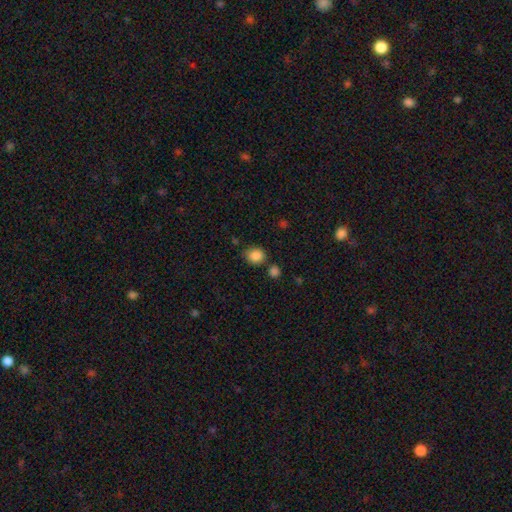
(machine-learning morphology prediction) Smooth or featured? smooth (86%)
How rounded? round (65%)
Merging? none (74%)